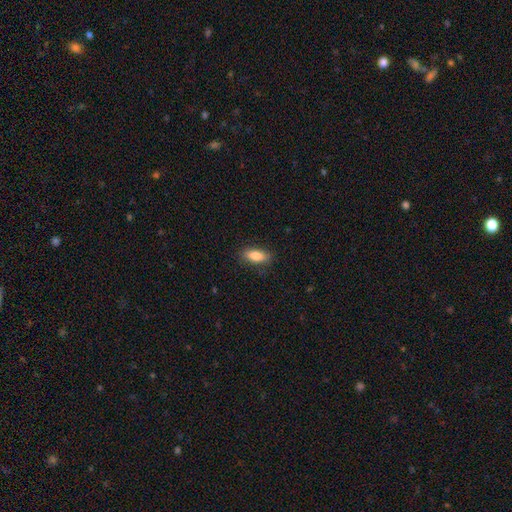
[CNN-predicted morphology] smooth 84%, featured or disk 9%, star or artifact 7%. Down the decision tree: how rounded — in between (79%); merging — none (84%).